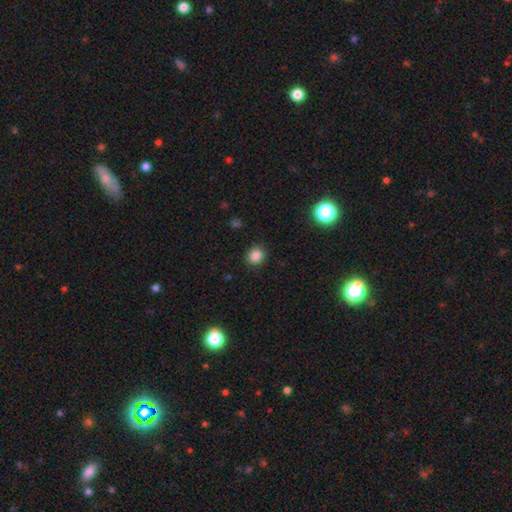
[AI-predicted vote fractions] smooth_or_featured: smooth (p=0.85) [alt: star or artifact p=0.12]
how_rounded: round (p=0.81) [alt: in between p=0.18]
merging: none (p=0.89) [alt: minor disturbance p=0.08]